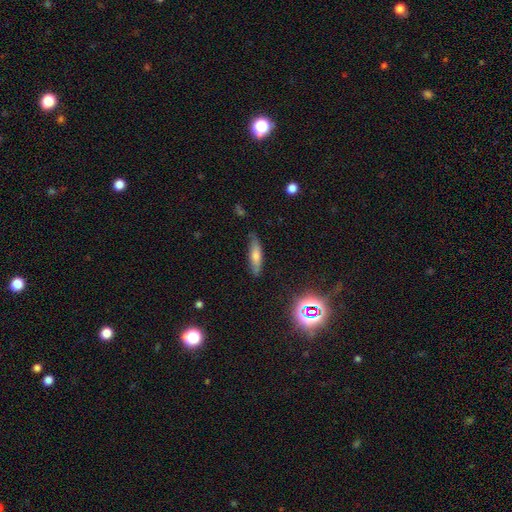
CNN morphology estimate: type=smooth (60%); roundness=cigar-shaped (69%); merging=none (79%).